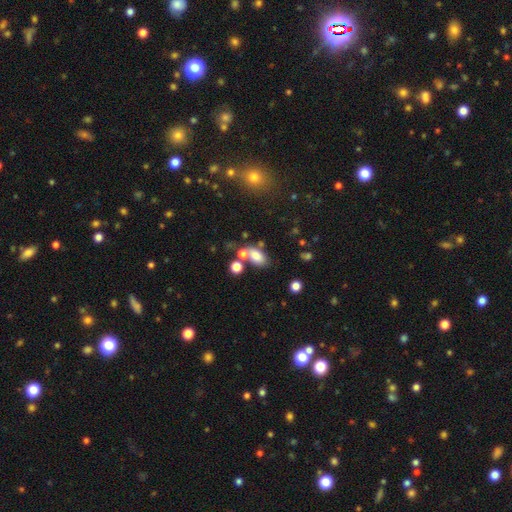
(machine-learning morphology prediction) Smooth or featured? smooth (76%)
How rounded? in between (86%)
Merging? none (47%)